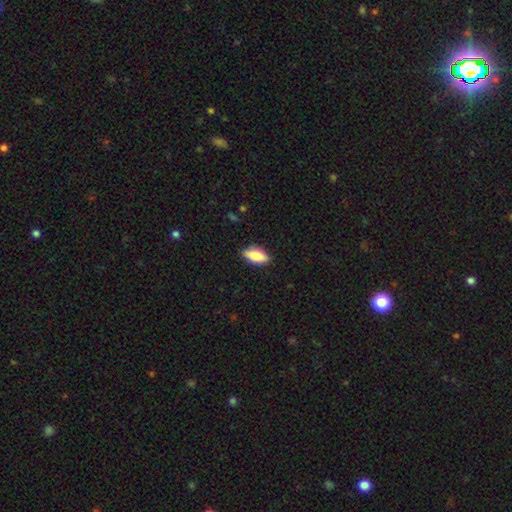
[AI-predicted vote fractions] Smooth or featured? Predicted: smooth (p=0.76). How rounded? Predicted: in between (p=0.81). Merging? Predicted: none (p=0.86).